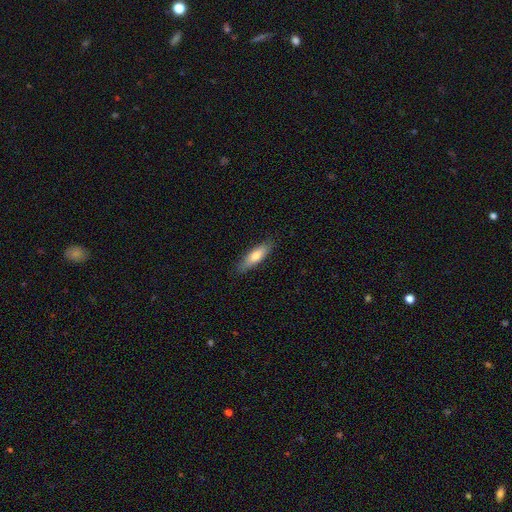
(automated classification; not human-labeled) Smooth or featured? Predicted: smooth (p=0.75). How rounded? Predicted: cigar-shaped (p=0.54). Merging? Predicted: none (p=0.85).